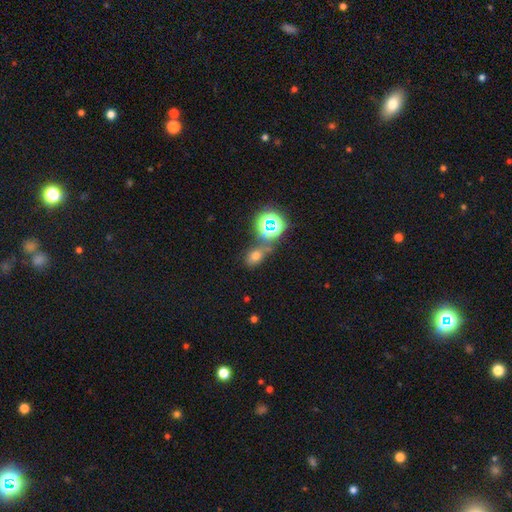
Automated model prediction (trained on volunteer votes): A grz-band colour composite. It shows a smooth galaxy with no disk features (60%) that is in between round and cigar-shaped (63%). Merging: none (61%).